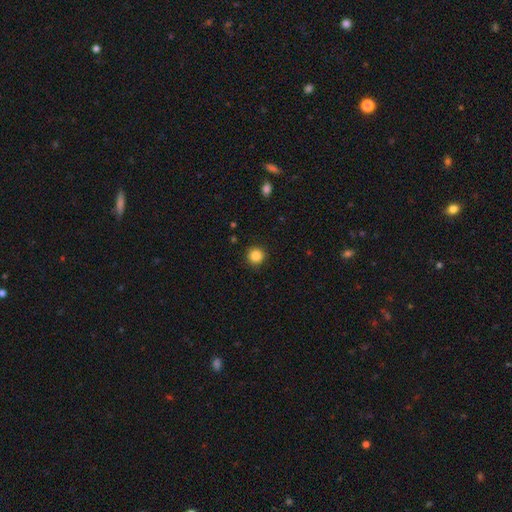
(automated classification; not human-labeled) The model was most divided on "smooth or featured": smooth: 85%, star or artifact: 11%, featured or disk: 4%. More confident: how rounded — round (95%); merging — none (91%).